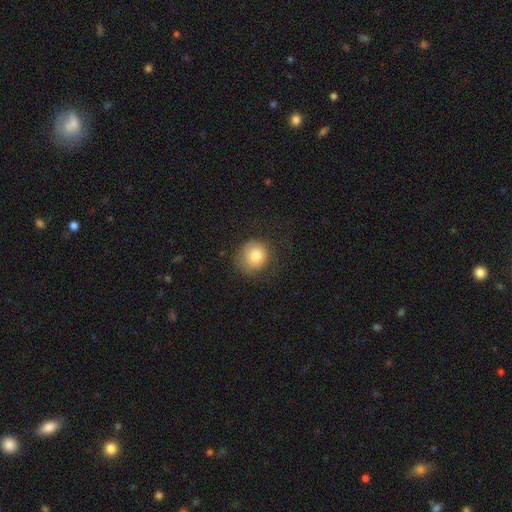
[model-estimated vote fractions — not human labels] This is likely a smooth galaxy (80%). How rounded: clearly round (86%). Merging: likely none (68%).